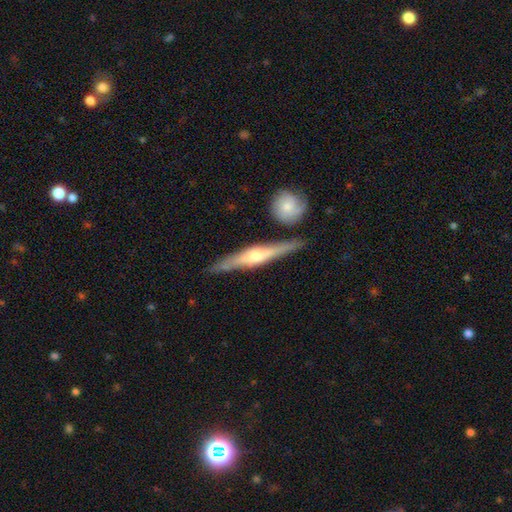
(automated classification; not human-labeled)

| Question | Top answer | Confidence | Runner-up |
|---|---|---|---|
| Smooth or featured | featured or disk | 74% | smooth (21%) |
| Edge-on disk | yes | 96% | no (4%) |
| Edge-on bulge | rounded | 84% | boxy (10%) |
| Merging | none | 83% | minor disturbance (10%) |